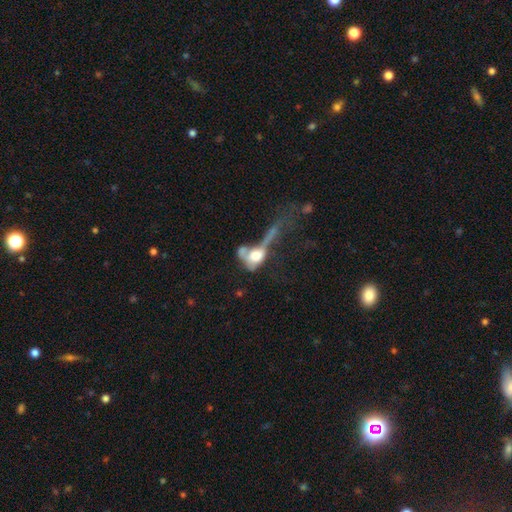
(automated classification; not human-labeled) The model was most divided on "merging" (2-way tie): major disturbance: 39%, merger: 39%, none: 12%, minor disturbance: 10%. More confident: how rounded — in between (65%); smooth or featured — smooth (52%).